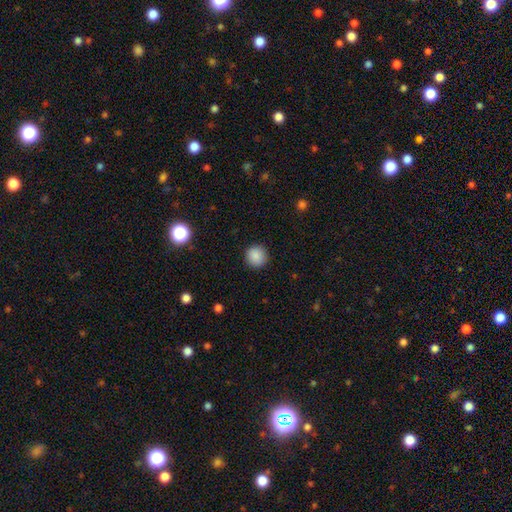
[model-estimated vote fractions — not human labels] Overall: smooth (87%). How rounded: round (94%). Merging: none (91%).